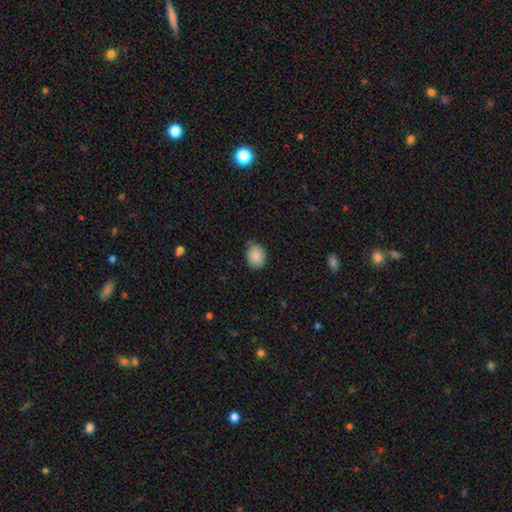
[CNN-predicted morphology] This is clearly a smooth galaxy (88%). How rounded: possibly round (53%). Merging: likely none (75%).